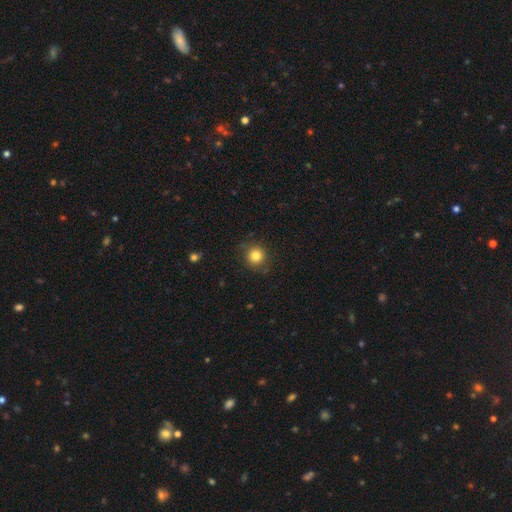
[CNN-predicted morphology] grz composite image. It shows a smooth galaxy with no disk features (82%) that is round (92%). Merging: none (84%).